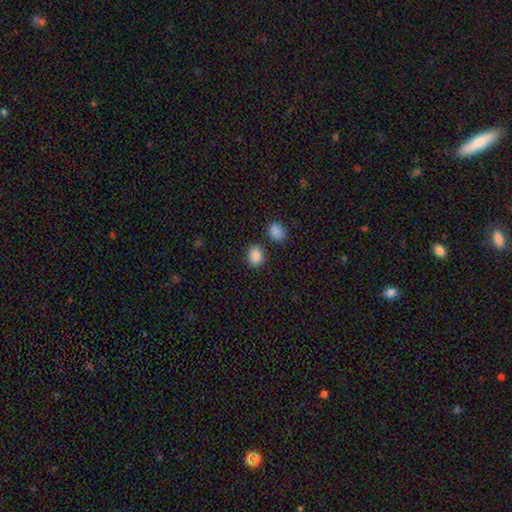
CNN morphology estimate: A smooth galaxy with no disk features (87%) that is round (53%).

Vote fractions:
- Smooth or featured? smooth: 87% / star or artifact: 9% / featured or disk: 4%
- How rounded? round: 53% / in between: 46% / cigar-shaped: 1%
- Merging? none: 82% / minor disturbance: 9% / merger: 7% / major disturbance: 3%